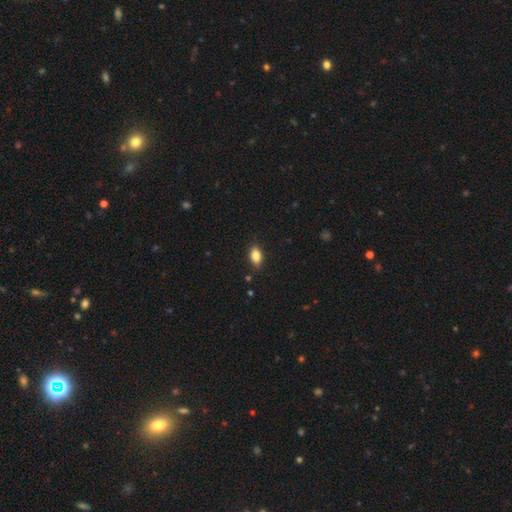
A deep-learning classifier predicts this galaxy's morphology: Smooth or featured? Predicted: smooth (p=0.83). How rounded? Predicted: in between (p=0.88). Merging? Predicted: none (p=0.85).